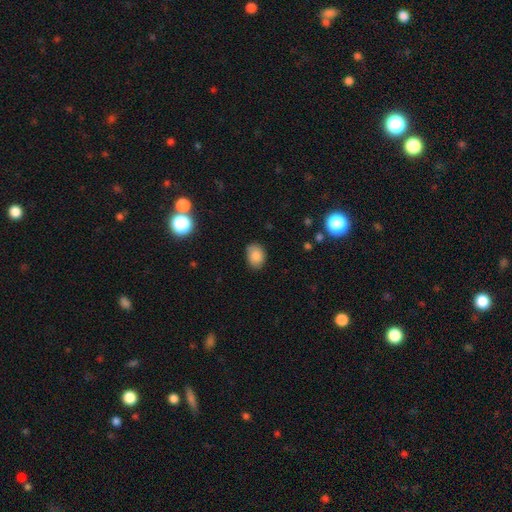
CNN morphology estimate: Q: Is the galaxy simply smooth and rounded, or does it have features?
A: smooth — 86%.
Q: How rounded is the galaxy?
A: in between — 71%.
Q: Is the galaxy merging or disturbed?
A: none — 77%.